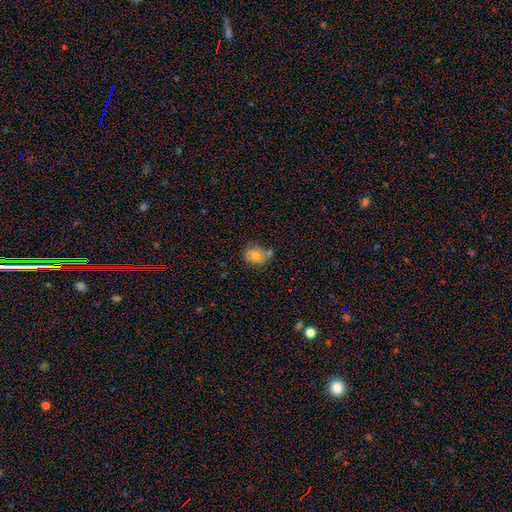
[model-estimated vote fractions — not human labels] A smooth galaxy with no disk features (65%) that is in between round and cigar-shaped (54%). Merging: none (54%).